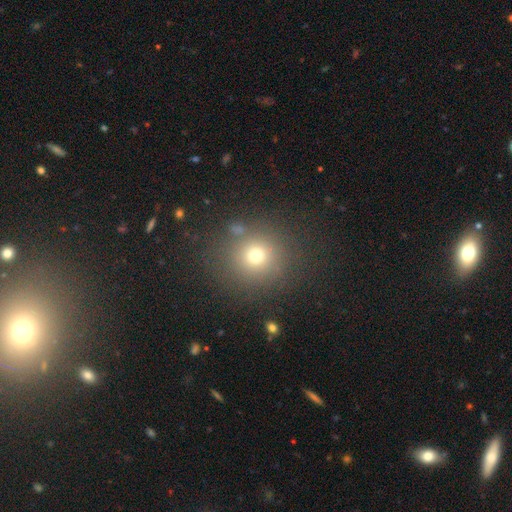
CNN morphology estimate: Smooth or featured? smooth (72%)
How rounded? round (88%)
Merging? none (83%)